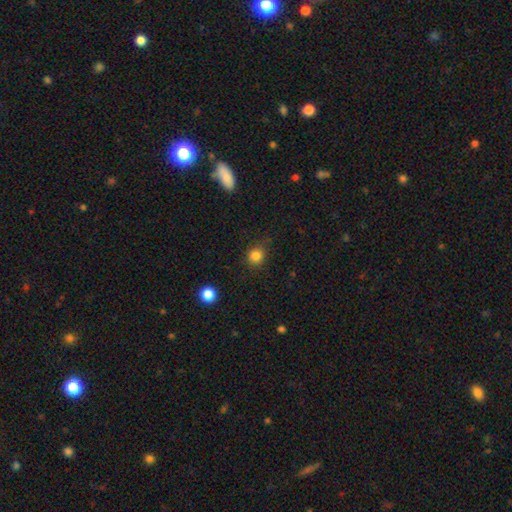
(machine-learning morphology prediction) type=smooth (84%); roundness=round (88%); merging=none (83%).